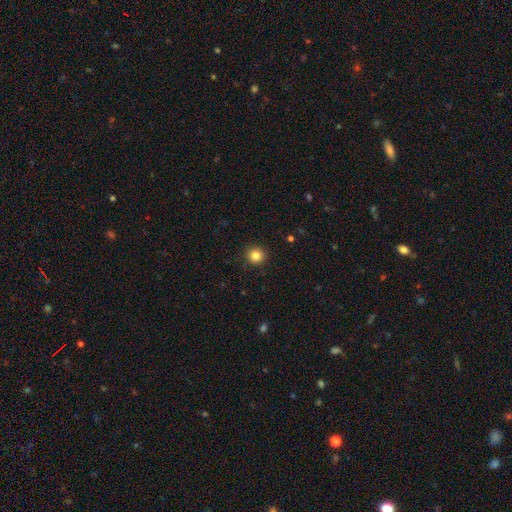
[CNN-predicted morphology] This appears to be a smooth galaxy with no disk features (84%) that is round (94%). Merging: none (92%).